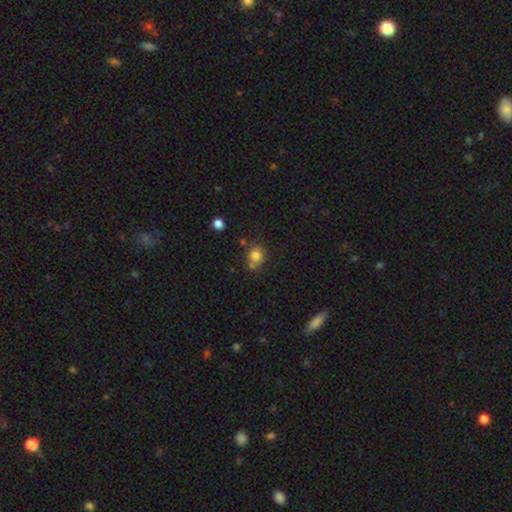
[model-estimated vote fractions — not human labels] smooth 80%, star or artifact 13%, featured or disk 7%. Down the decision tree: how rounded — round (86%); merging — none (63%).